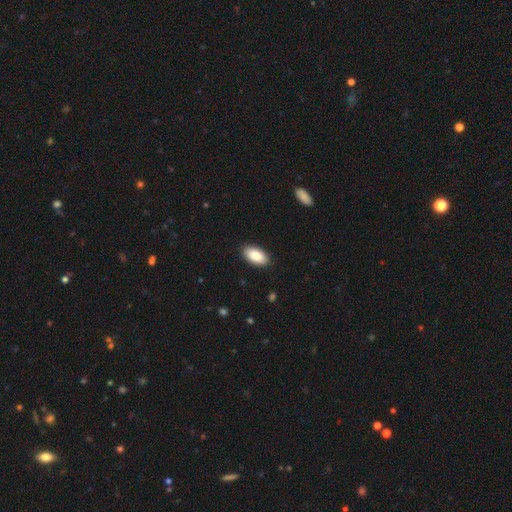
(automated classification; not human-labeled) This is clearly a smooth galaxy (88%). How rounded: clearly in between (95%). Merging: clearly none (90%).